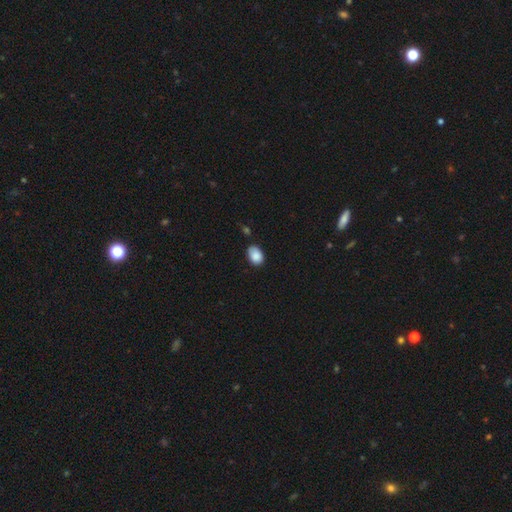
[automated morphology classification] Smooth or featured?
  - smooth: 87% *
  - star or artifact: 8%
  - featured or disk: 5%
How rounded?
  - in between: 80% *
  - round: 19%
  - cigar-shaped: 1%
Merging?
  - none: 67% *
  - minor disturbance: 26%
  - major disturbance: 4%
  - merger: 3%